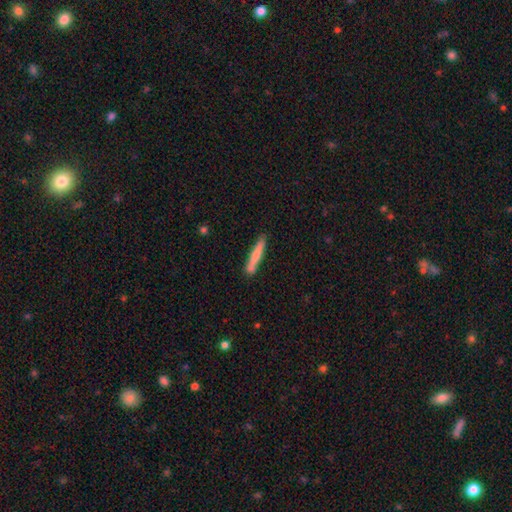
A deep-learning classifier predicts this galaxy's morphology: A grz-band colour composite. It shows a smooth galaxy with no disk features (68%) that is cigar-shaped (94%). Merging: none (80%).